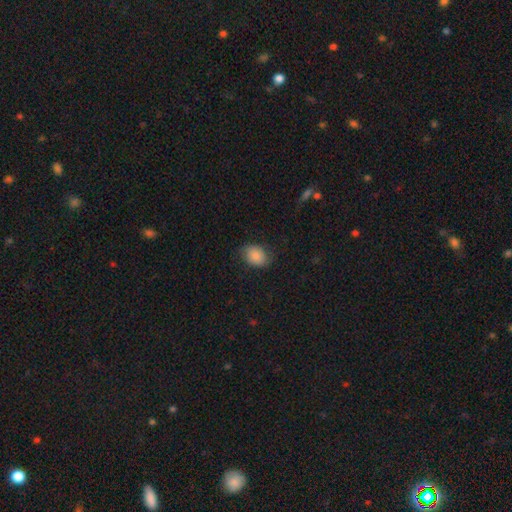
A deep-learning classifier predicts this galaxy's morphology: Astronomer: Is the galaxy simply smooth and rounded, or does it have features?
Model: smooth — 84%.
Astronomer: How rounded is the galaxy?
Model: in between — 68%.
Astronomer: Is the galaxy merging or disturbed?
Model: none — 74%.